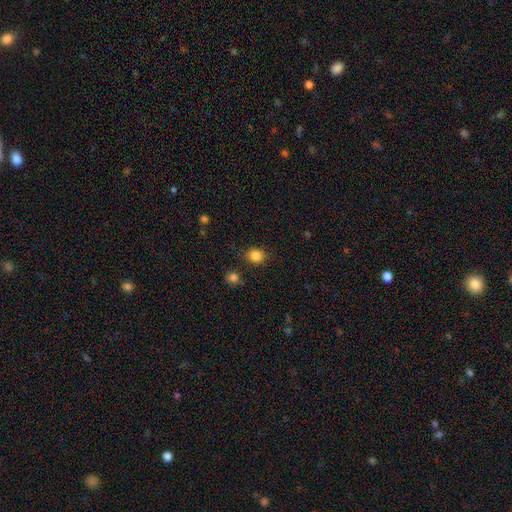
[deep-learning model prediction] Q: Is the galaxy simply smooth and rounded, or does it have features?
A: smooth — 84%.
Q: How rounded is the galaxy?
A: round — 68%.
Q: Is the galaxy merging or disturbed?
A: none — 83%.